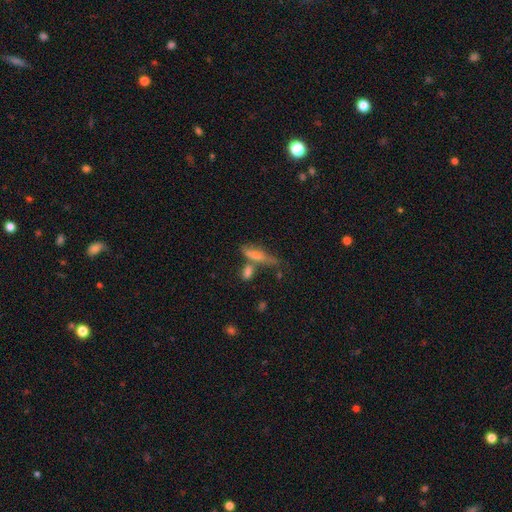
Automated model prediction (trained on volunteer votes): A smooth galaxy with no disk features (69%) that is cigar-shaped (58%). Merging: none (39%).